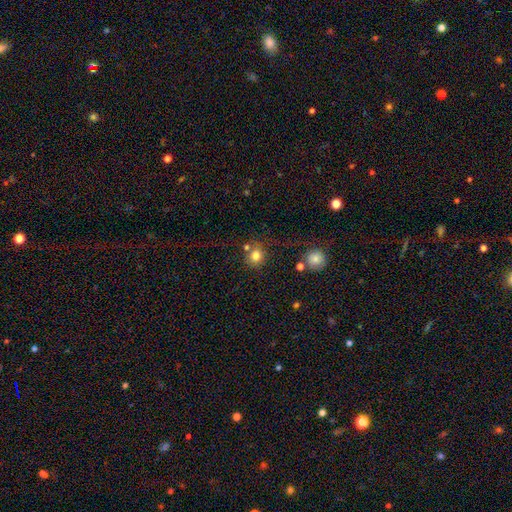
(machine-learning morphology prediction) smooth-or-featured: smooth: 80% | star or artifact: 12% | featured or disk: 8%
  how-rounded: round: 83% | in between: 16% | cigar-shaped: 1%
  merging: none: 71% | merger: 12% | minor disturbance: 12% | major disturbance: 5%